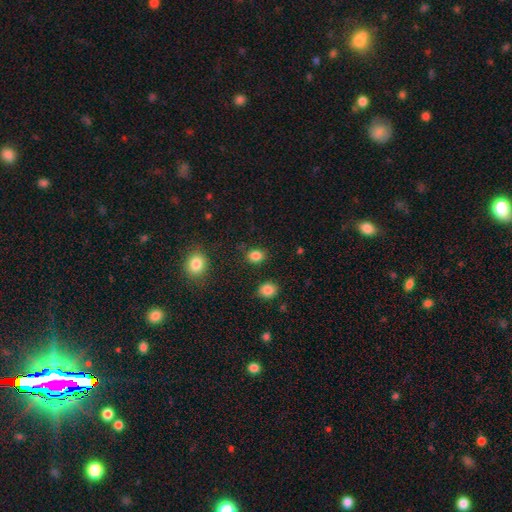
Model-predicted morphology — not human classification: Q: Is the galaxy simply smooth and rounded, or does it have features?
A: smooth — 84%.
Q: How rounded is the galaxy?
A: round — 55%.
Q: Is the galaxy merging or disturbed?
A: none — 86%.